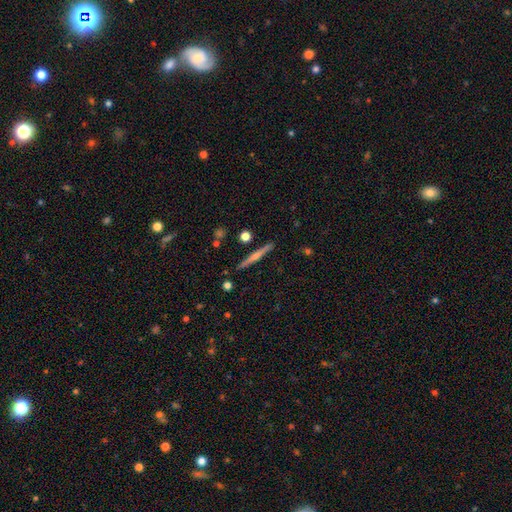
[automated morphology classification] This appears to be a featured or disk galaxy (69%) viewed edge-on (98%) with a rounded central bulge (76%). Merging: none (91%).